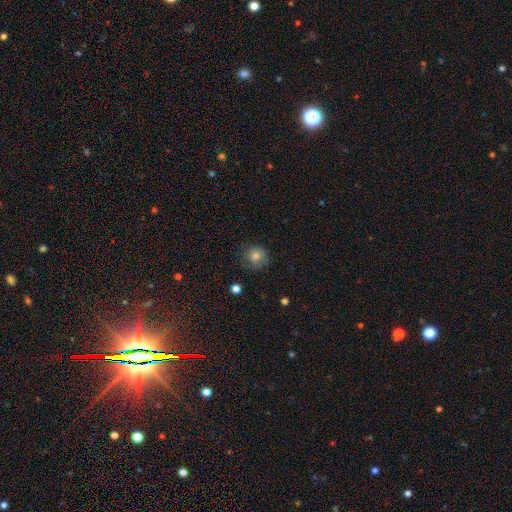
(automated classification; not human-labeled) smooth_or_featured: smooth (p=0.79) [alt: star or artifact p=0.12]
how_rounded: round (p=0.90) [alt: in between p=0.09]
merging: none (p=0.75) [alt: minor disturbance p=0.18]